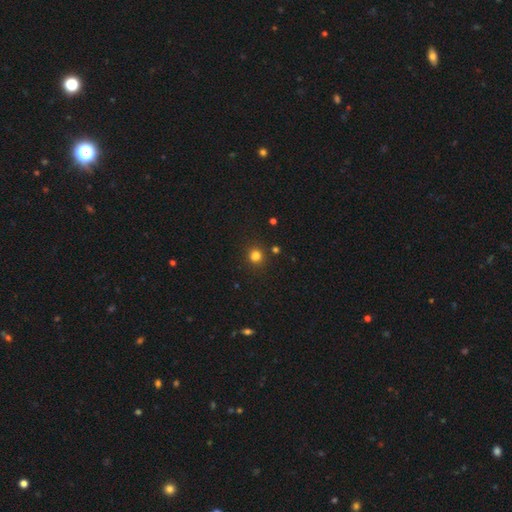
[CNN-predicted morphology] A smooth galaxy with no disk features (80%) that is round (88%).

Vote fractions:
- Smooth or featured? smooth: 80% / star or artifact: 15% / featured or disk: 4%
- How rounded? round: 88% / in between: 11% / cigar-shaped: 1%
- Merging? none: 87% / minor disturbance: 7% / merger: 3% / major disturbance: 3%